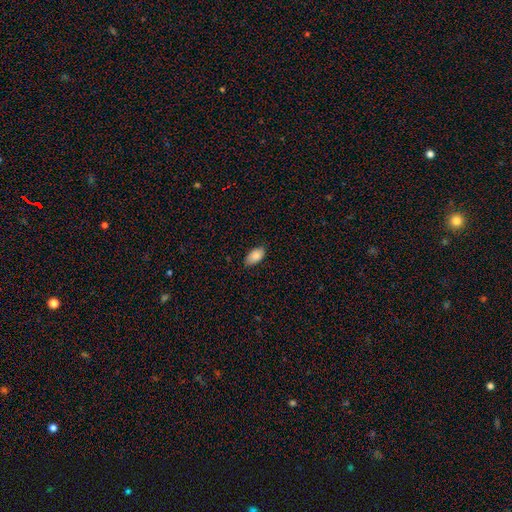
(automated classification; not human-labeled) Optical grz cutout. It shows a smooth galaxy with no disk features (87%) that is in between round and cigar-shaped (94%). Merging: none (80%).